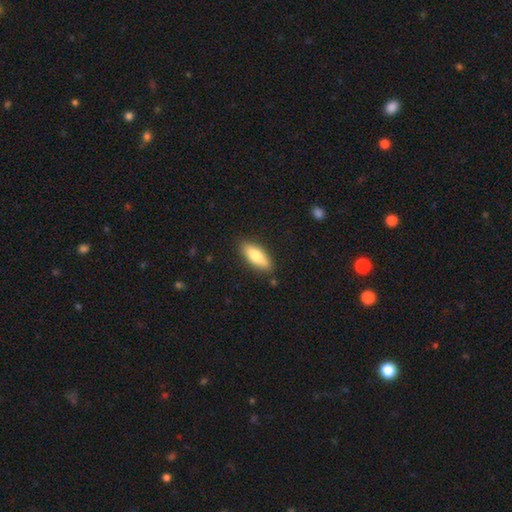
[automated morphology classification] smooth-or-featured: smooth: 79% | featured or disk: 15% | star or artifact: 6%
  how-rounded: in between: 72% | cigar-shaped: 26% | round: 2%
  merging: none: 85% | minor disturbance: 11% | major disturbance: 2% | merger: 2%